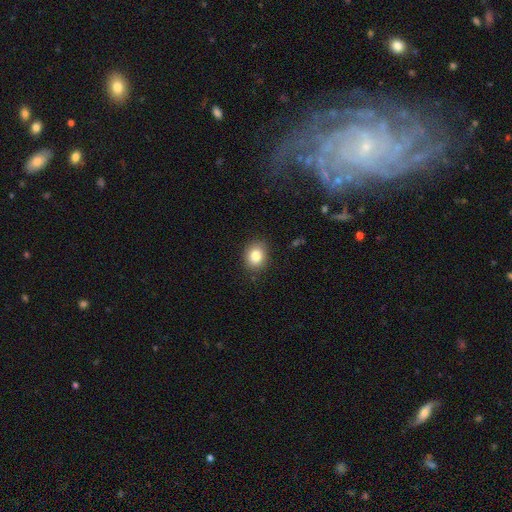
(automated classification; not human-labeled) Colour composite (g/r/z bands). It shows a smooth galaxy with no disk features (83%) that is round (54%). Merging: none (86%).